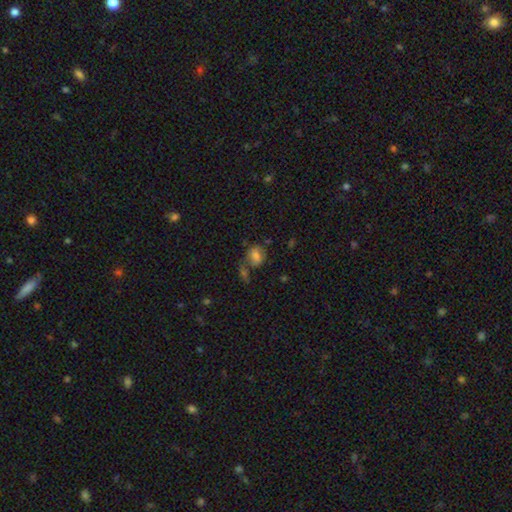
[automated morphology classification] The model was most divided on "merging": none: 42%, merger: 27%, minor disturbance: 19%, major disturbance: 12%. More confident: smooth or featured — smooth (71%); how rounded — in between (61%).